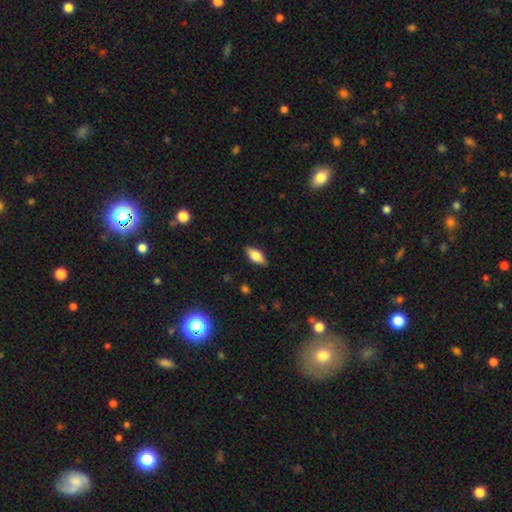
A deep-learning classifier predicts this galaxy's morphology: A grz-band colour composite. It shows a smooth galaxy with no disk features (66%) that is in between round and cigar-shaped (83%). Merging: none (87%).